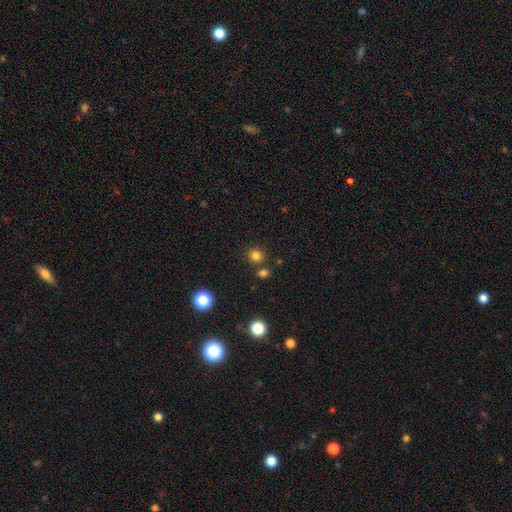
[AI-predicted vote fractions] Overall: smooth (80%). How rounded: round (81%). Merging: none (78%).